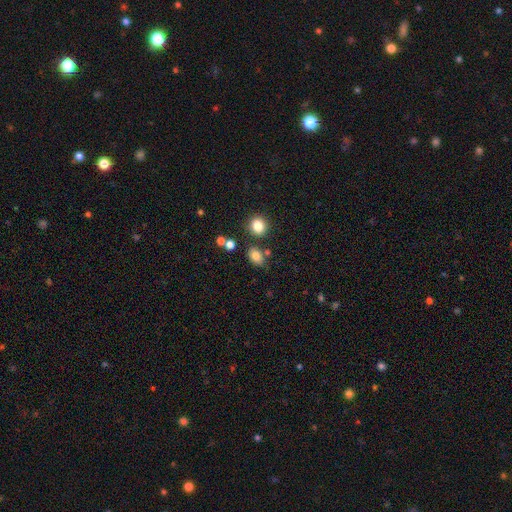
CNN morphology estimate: smooth_or_featured: smooth (p=0.79) [alt: star or artifact p=0.13]
how_rounded: in between (p=0.72) [alt: round p=0.27]
merging: none (p=0.73) [alt: minor disturbance p=0.13]